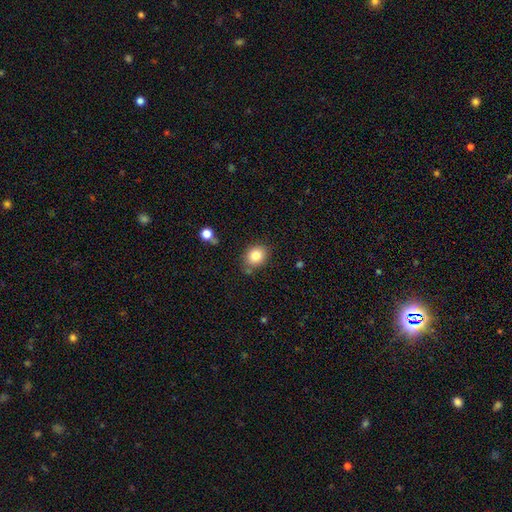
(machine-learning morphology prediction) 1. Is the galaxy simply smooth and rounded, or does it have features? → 82% smooth, 10% star or artifact, 8% featured or disk.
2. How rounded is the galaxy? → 53% round, 47% in between, 1% cigar-shaped.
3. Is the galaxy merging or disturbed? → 77% none, 15% minor disturbance, 4% merger, 4% major disturbance.